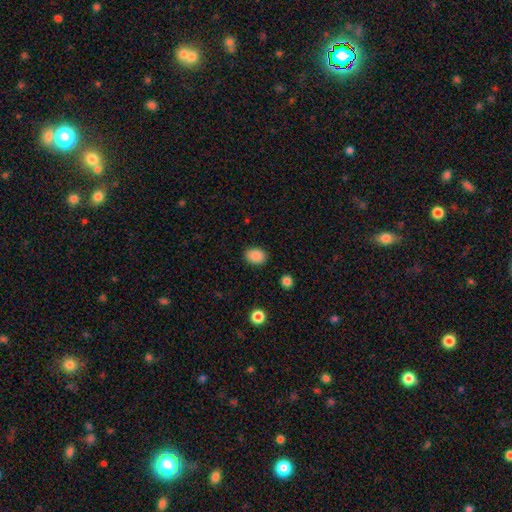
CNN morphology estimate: Smooth or featured?
  - smooth: 87% *
  - star or artifact: 9%
  - featured or disk: 4%
How rounded?
  - in between: 60% *
  - round: 39%
  - cigar-shaped: 1%
Merging?
  - none: 88% *
  - minor disturbance: 9%
  - major disturbance: 2%
  - merger: 1%